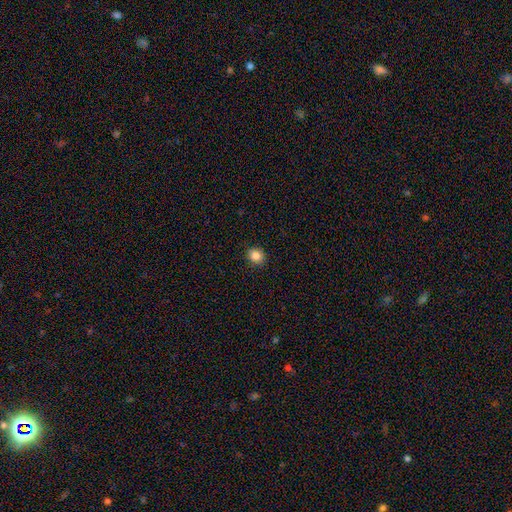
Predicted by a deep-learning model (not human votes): smooth 86%, star or artifact 10%, featured or disk 4%. Down the decision tree: how rounded — round (77%); merging — none (91%).